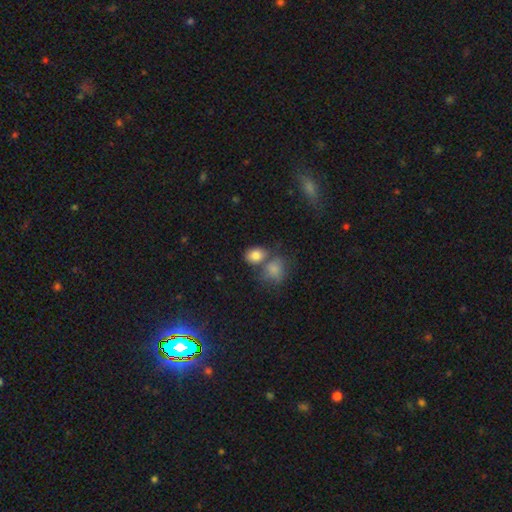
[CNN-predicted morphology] This appears to be a smooth galaxy with no disk features (83%) that is in between round and cigar-shaped (65%). Merging: none (48%).